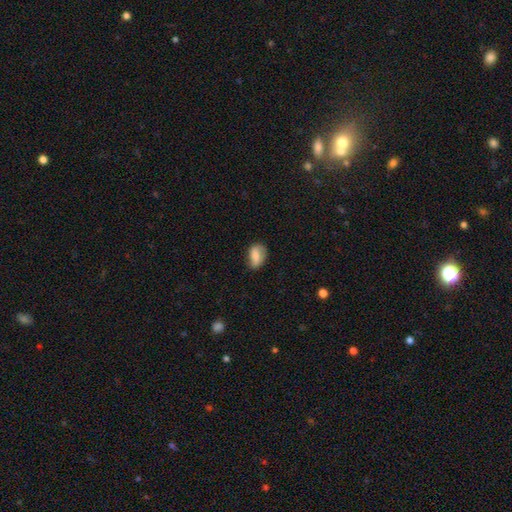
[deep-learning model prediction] Smooth or featured? smooth (73%)
How rounded? in between (85%)
Merging? none (64%)